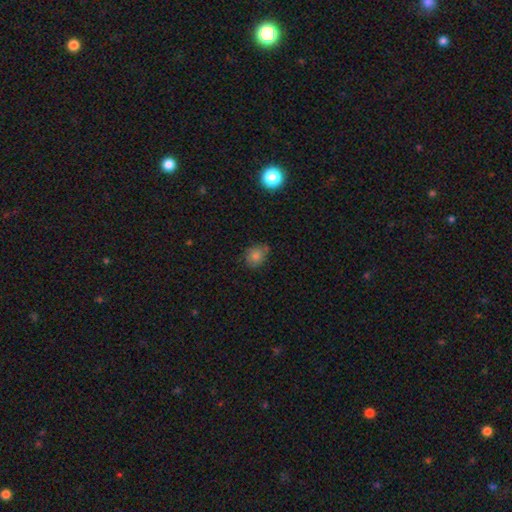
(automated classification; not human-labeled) Smooth or featured: smooth — 79% (star or artifact — 13%)
How rounded: round — 62% (in between — 36%)
Merging: none — 67% (minor disturbance — 24%)